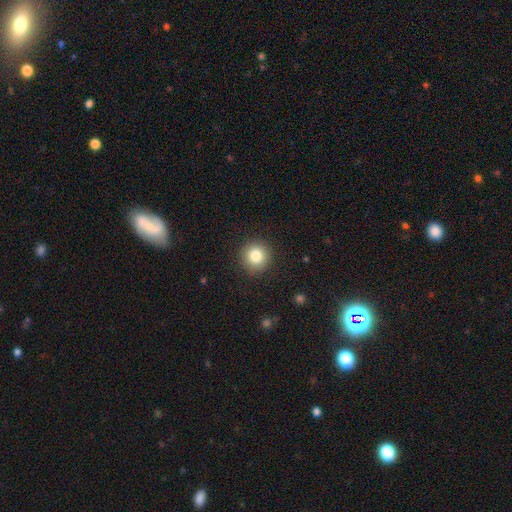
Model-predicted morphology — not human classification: Q: Smooth or featured?
A: smooth (82%); runner-up: star or artifact (10%)
Q: How rounded?
A: round (94%); runner-up: in between (5%)
Q: Merging?
A: none (90%); runner-up: minor disturbance (7%)